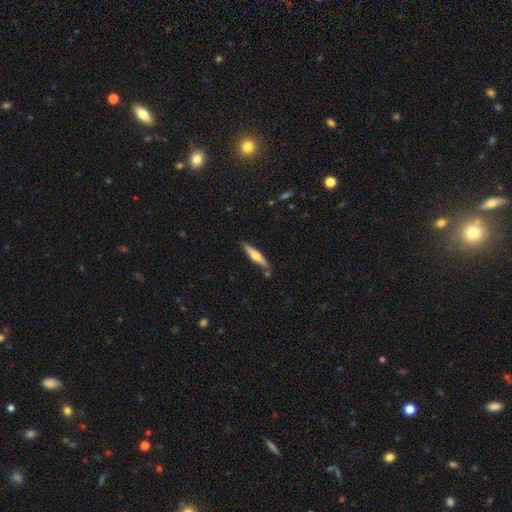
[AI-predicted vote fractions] Smooth or featured? smooth (52%)
How rounded? cigar-shaped (84%)
Merging? none (79%)